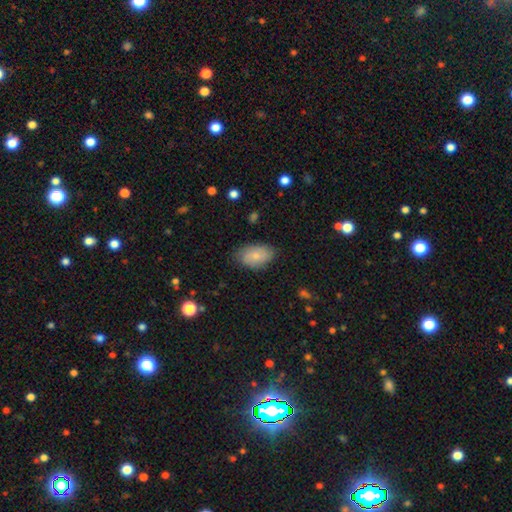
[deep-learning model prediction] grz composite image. It shows a smooth galaxy with no disk features (75%) that is in between round and cigar-shaped (92%). Merging: none (79%).